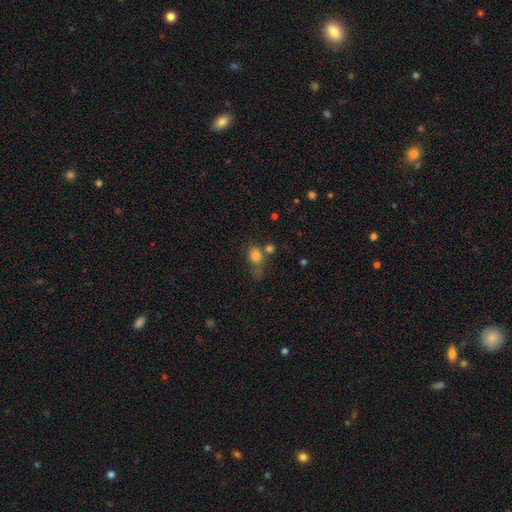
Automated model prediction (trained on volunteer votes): This is likely a smooth galaxy (78%). How rounded: possibly in between (52%). Merging: marginally none (39%).